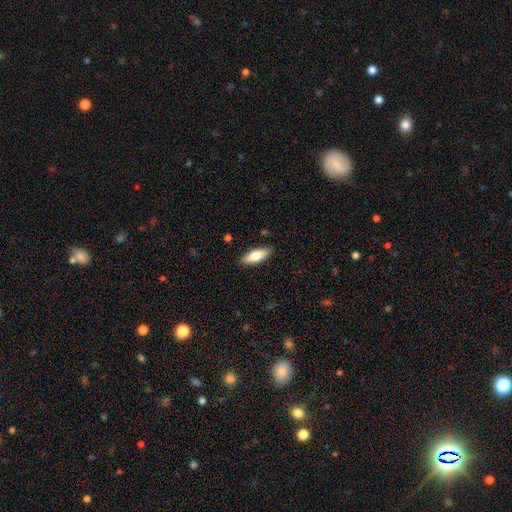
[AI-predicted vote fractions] The model was most divided on "how rounded": in between: 66%, cigar-shaped: 32%, round: 2%. More confident: merging — none (88%); smooth or featured — smooth (73%).